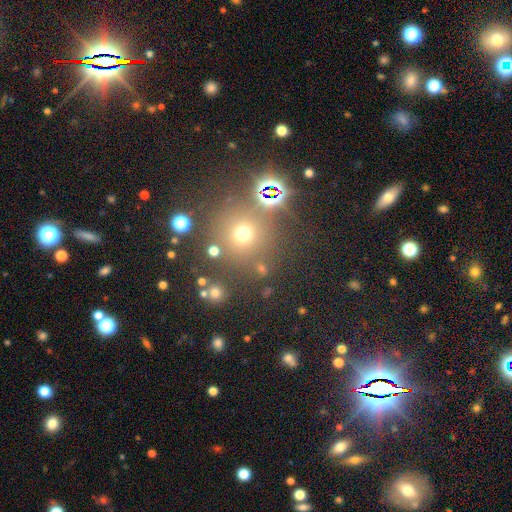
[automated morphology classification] Overall: star or artifact (52%; smooth 38%).